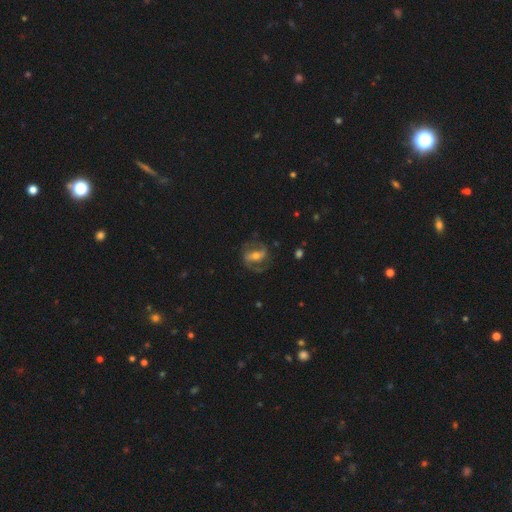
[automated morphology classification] A featured or disk galaxy (80%) with a strong bar (52%), 2 (86%) medium (51%) spiral arms (90%) and a moderate central bulge (54%).

Vote fractions:
- Smooth or featured? featured or disk: 80% / smooth: 14% / star or artifact: 6%
- Edge-on disk? no: 95% / yes: 5%
- Bar? strong: 52% / weak: 32% / no: 16%
- Spiral arms? yes: 90% / no: 10%
- Spiral winding? medium: 51% / loose: 26% / tight: 23%
- Spiral arm count? 2: 86% / can't tell: 6% / 1: 4% / 3: 2% / 4: 1% / more than 4: 1%
- Bulge size? moderate: 54% / small: 37% / large: 6% / none: 2% / dominant: 1%
- Merging? none: 71% / minor disturbance: 15% / major disturbance: 11% / merger: 2%